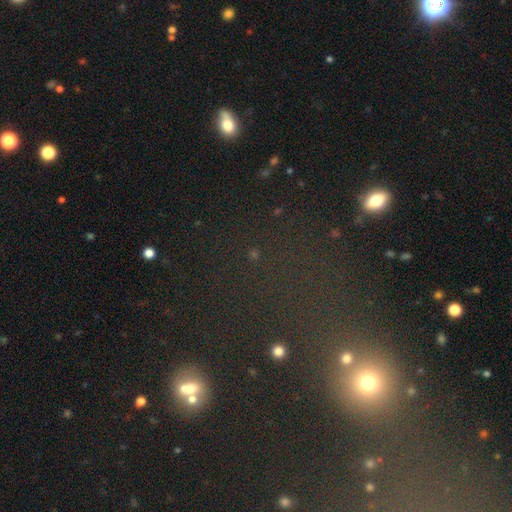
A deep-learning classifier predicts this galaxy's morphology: Smooth or featured: star or artifact — 54% (smooth — 34%)